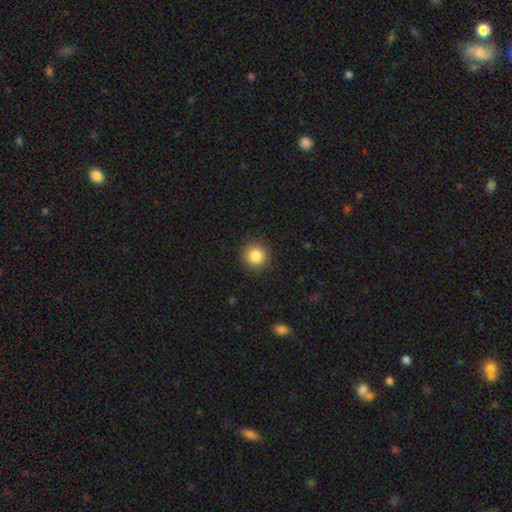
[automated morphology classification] The model was most divided on "smooth or featured": smooth: 85%, star or artifact: 10%, featured or disk: 5%. More confident: how rounded — round (93%); merging — none (90%).